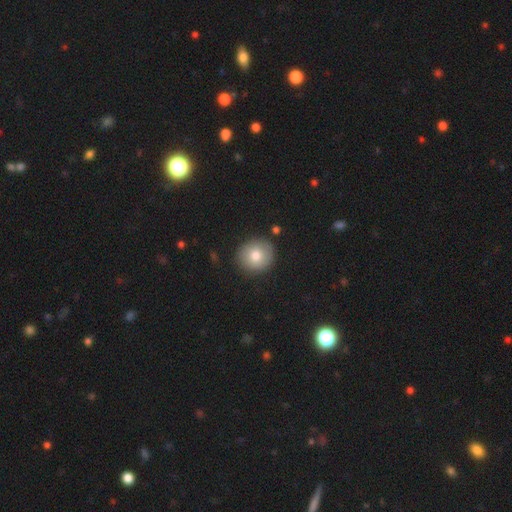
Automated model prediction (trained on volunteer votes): This appears to be a smooth galaxy with no disk features (78%) that is round (86%). Merging: none (88%).